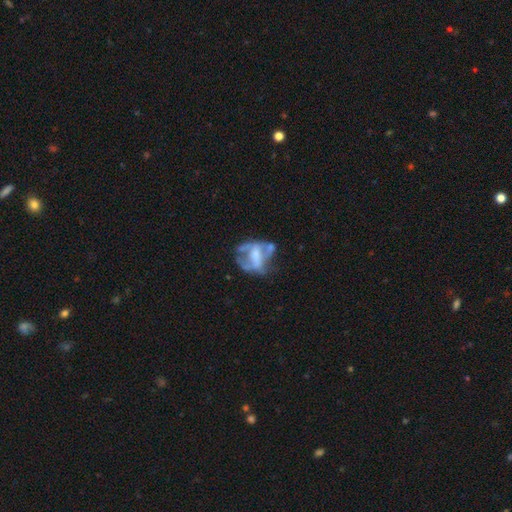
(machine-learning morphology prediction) Smooth or featured: featured or disk — 64% (smooth — 26%)
Edge-on disk: no — 97% (yes — 3%)
Bar: no — 56% (weak — 28%)
Spiral arms: no — 71% (yes — 29%)
Bulge size: moderate — 35% (none — 28%)
Merging: major disturbance — 33% (tied with none — 33%)